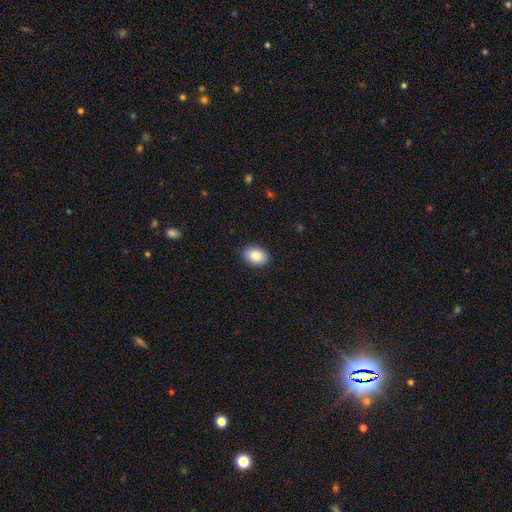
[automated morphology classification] Overall: smooth (87%). How rounded: in between (74%). Merging: none (90%).